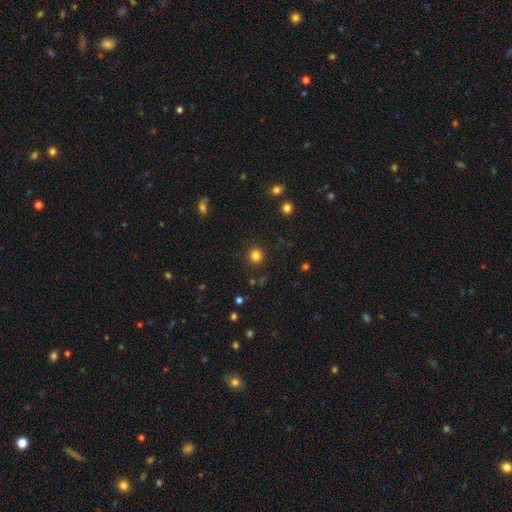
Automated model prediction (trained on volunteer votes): This is clearly a smooth galaxy (82%). How rounded: clearly round (89%). Merging: clearly none (90%).